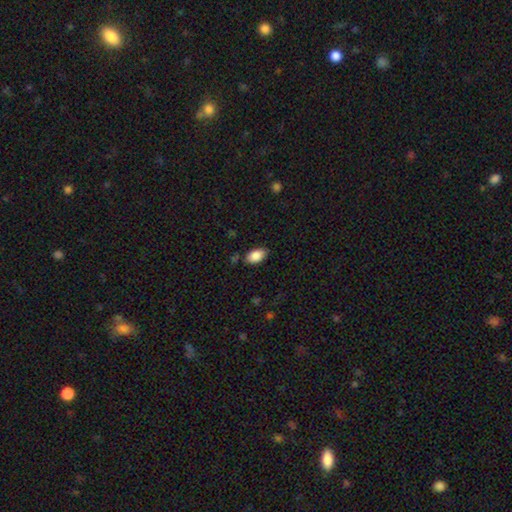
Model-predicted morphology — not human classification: This is clearly a smooth galaxy (87%). How rounded: clearly in between (92%). Merging: clearly none (83%).